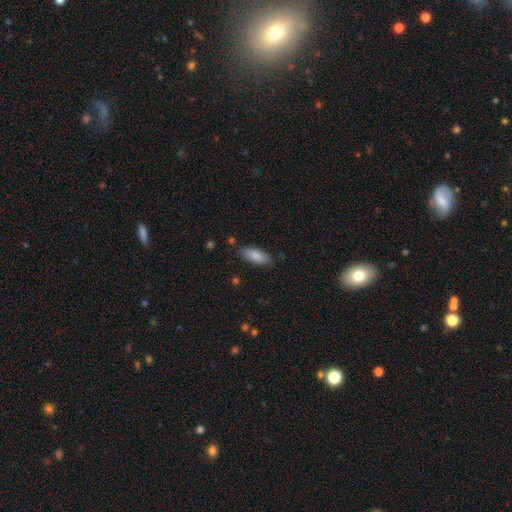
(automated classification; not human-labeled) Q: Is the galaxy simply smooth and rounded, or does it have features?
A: smooth — 87%.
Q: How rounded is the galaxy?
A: in between — 76%.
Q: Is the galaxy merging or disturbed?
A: none — 83%.